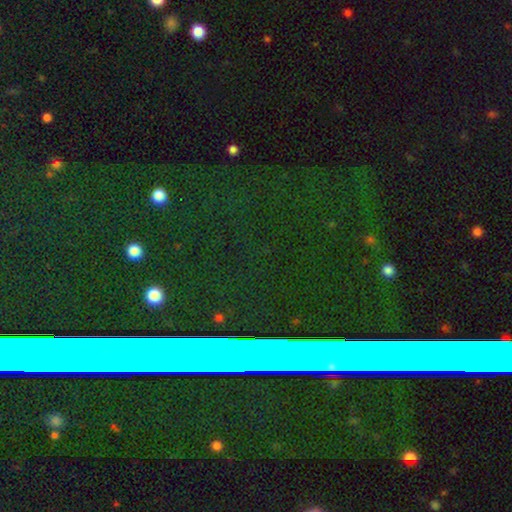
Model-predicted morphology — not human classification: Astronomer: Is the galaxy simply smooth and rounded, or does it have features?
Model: star or artifact — 68%.